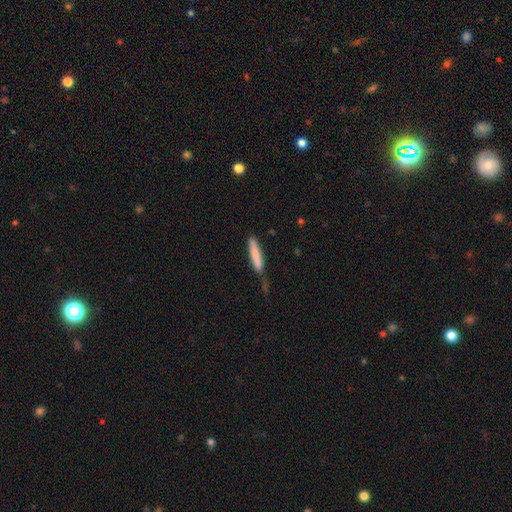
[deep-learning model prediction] This is likely a smooth galaxy (78%). How rounded: clearly cigar-shaped (93%). Merging: likely none (60%).